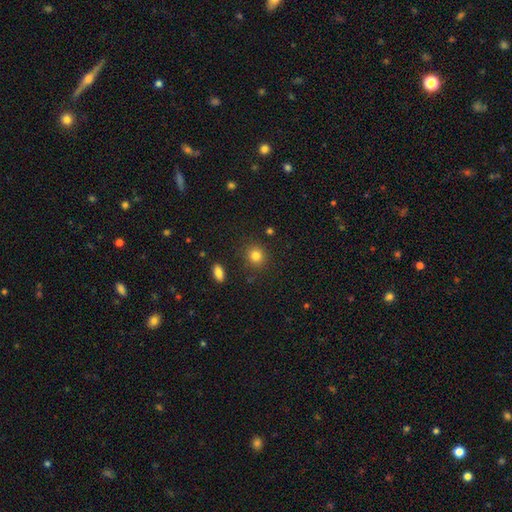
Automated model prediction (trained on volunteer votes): Smooth or featured? smooth (83%)
How rounded? round (83%)
Merging? none (87%)